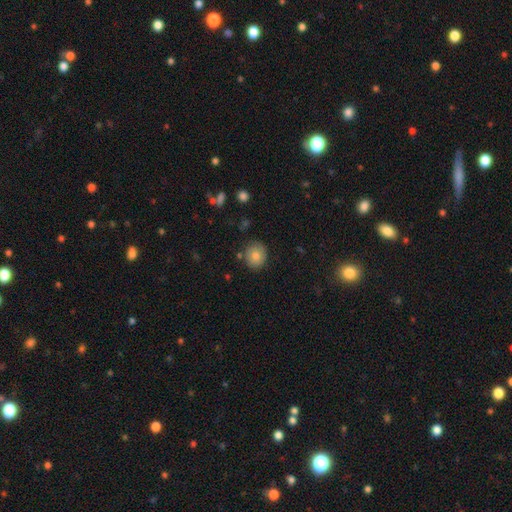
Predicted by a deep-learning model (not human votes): This appears to be a smooth galaxy with no disk features (78%) that is round (76%). Merging: none (82%).